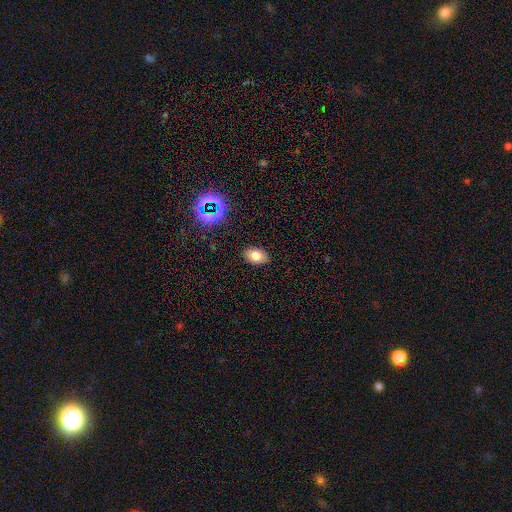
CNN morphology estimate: A smooth galaxy with no disk features (76%) that is in between round and cigar-shaped (83%).

Vote fractions:
- Smooth or featured? smooth: 76% / star or artifact: 13% / featured or disk: 11%
- How rounded? in between: 83% / round: 15% / cigar-shaped: 1%
- Merging? none: 87% / minor disturbance: 10% / major disturbance: 2% / merger: 1%